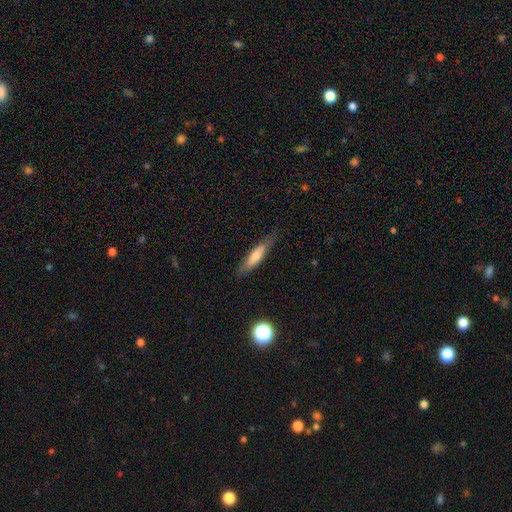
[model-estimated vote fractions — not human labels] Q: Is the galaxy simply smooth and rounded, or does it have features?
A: smooth — 62%.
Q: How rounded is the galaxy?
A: cigar-shaped — 79%.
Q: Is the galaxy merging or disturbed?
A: none — 78%.